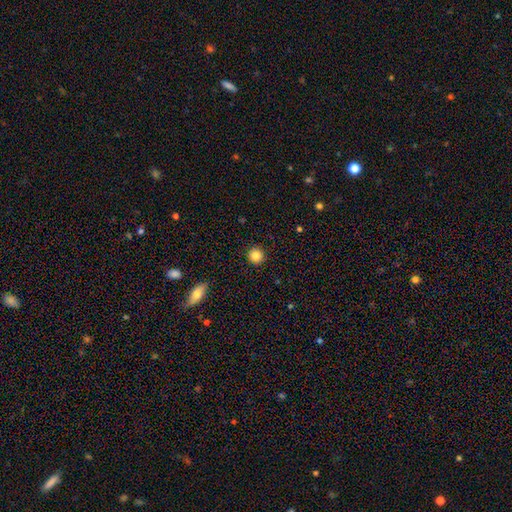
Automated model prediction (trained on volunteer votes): Smooth or featured? Predicted: smooth (p=0.86). How rounded? Predicted: round (p=0.94). Merging? Predicted: none (p=0.92).